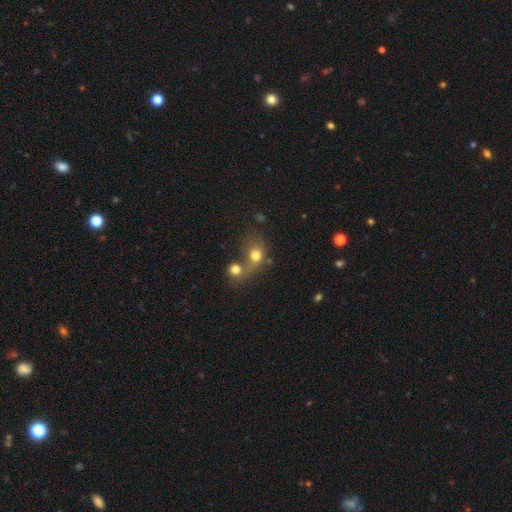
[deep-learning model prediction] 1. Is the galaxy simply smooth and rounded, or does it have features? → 74% smooth, 13% featured or disk, 13% star or artifact.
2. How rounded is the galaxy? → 65% round, 34% in between, 1% cigar-shaped.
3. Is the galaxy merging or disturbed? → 57% merger, 26% none, 9% major disturbance, 9% minor disturbance.